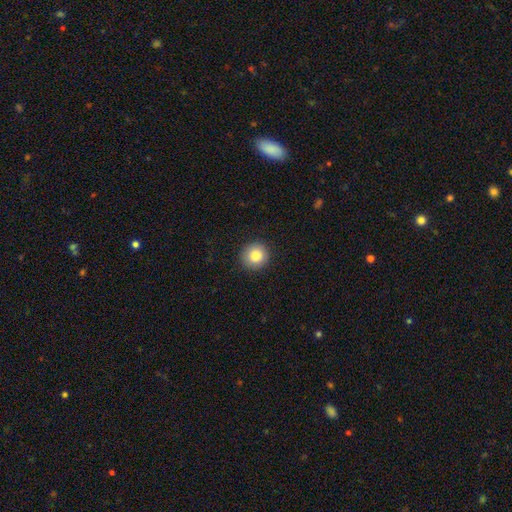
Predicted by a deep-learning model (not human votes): The model was most divided on "smooth or featured": smooth: 86%, star or artifact: 9%, featured or disk: 5%. More confident: how rounded — round (93%); merging — none (91%).